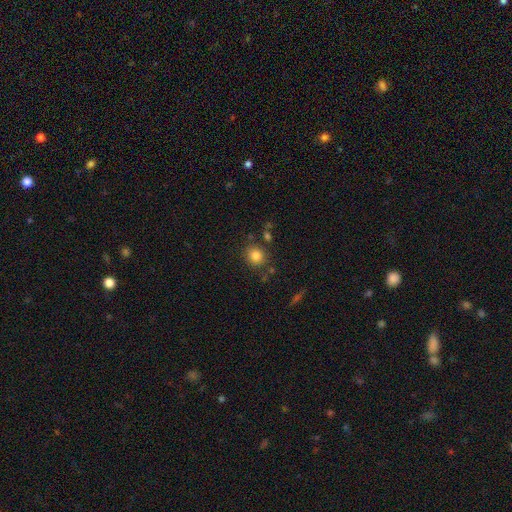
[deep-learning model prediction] smooth_or_featured: smooth (p=0.82) [alt: star or artifact p=0.11]
how_rounded: round (p=0.84) [alt: in between p=0.15]
merging: none (p=0.81) [alt: minor disturbance p=0.10]